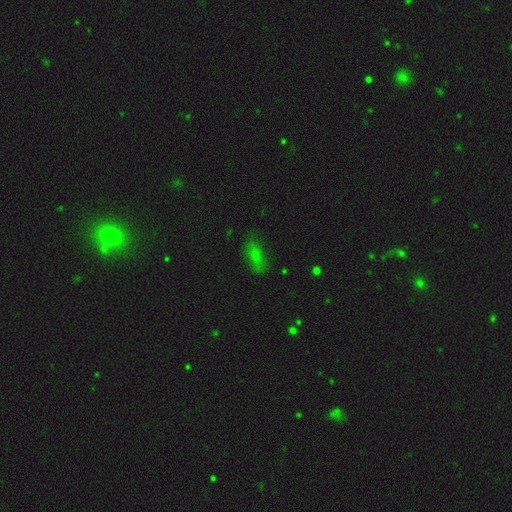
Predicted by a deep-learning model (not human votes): Smooth or featured: smooth — 69% (star or artifact — 20%)
How rounded: in between — 79% (cigar-shaped — 15%)
Merging: none — 71% (minor disturbance — 20%)